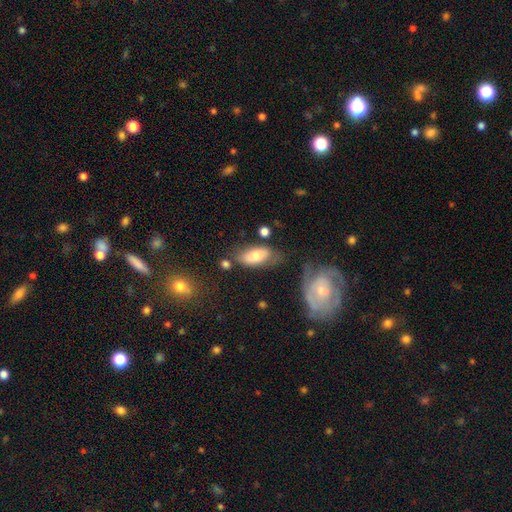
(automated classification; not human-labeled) The model was most divided on "merging": none: 57%, minor disturbance: 23%, merger: 10%, major disturbance: 10%. More confident: how rounded — in between (88%); smooth or featured — smooth (69%).